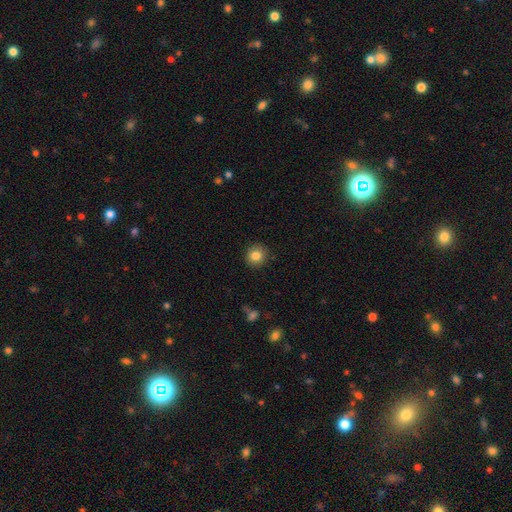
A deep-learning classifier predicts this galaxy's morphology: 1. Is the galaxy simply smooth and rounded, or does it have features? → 83% smooth, 10% star or artifact, 7% featured or disk.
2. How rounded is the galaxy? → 91% round, 8% in between, 1% cigar-shaped.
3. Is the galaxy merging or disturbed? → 90% none, 7% minor disturbance, 2% major disturbance, 1% merger.